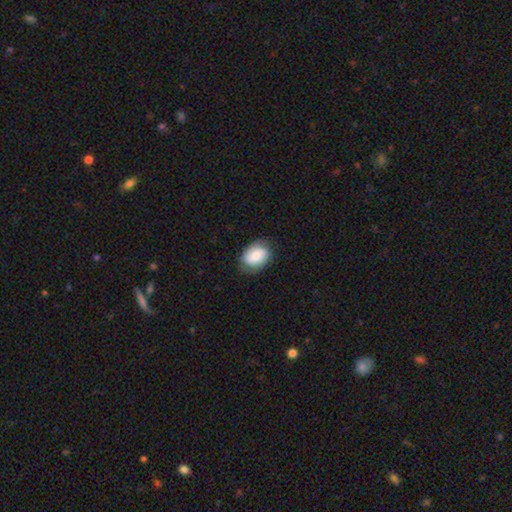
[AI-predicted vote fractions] Q: Smooth or featured?
A: smooth (70%); runner-up: featured or disk (23%)
Q: How rounded?
A: in between (78%); runner-up: round (21%)
Q: Merging?
A: none (78%); runner-up: minor disturbance (17%)